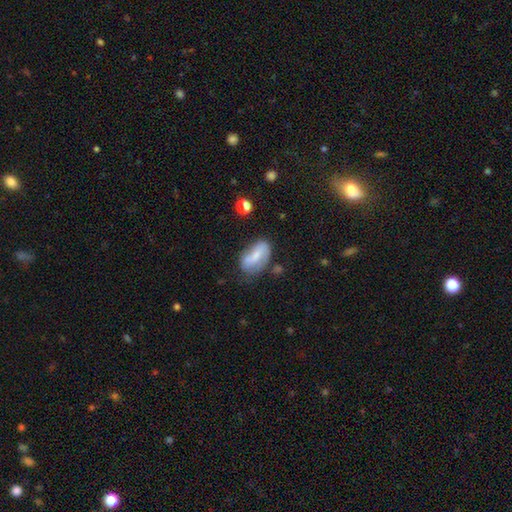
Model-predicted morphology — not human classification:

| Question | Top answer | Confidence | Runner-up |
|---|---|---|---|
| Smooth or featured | smooth | 51% | featured or disk (41%) |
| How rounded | in between | 89% | round (6%) |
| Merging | none | 52% | minor disturbance (29%) |